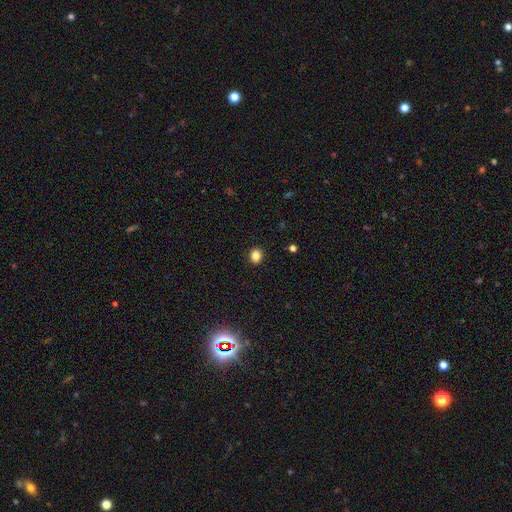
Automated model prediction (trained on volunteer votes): smooth-or-featured: smooth: 84% | star or artifact: 11% | featured or disk: 4%
  how-rounded: round: 62% | in between: 37% | cigar-shaped: 1%
  merging: none: 91% | minor disturbance: 6% | major disturbance: 2% | merger: 1%